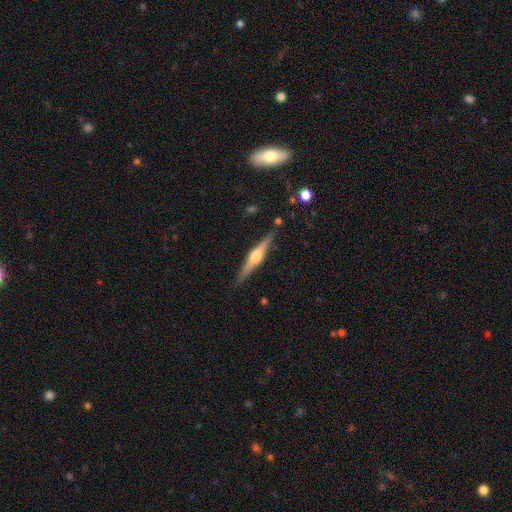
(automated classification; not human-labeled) Q: Smooth or featured?
A: featured or disk (78%); runner-up: smooth (16%)
Q: Edge-on disk?
A: yes (98%); runner-up: no (2%)
Q: Edge-on bulge?
A: rounded (90%); runner-up: boxy (7%)
Q: Merging?
A: none (89%); runner-up: minor disturbance (8%)